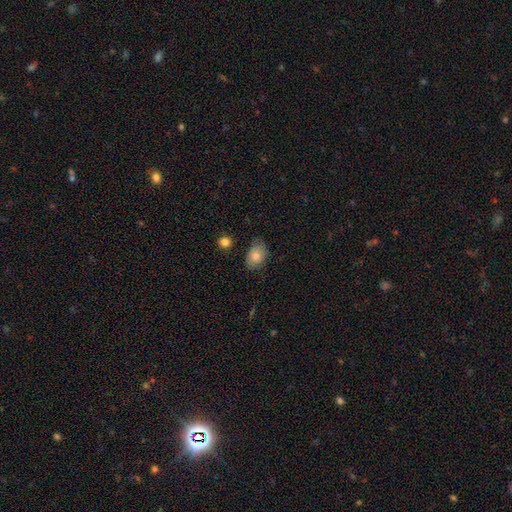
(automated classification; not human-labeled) smooth 78%, featured or disk 14%, star or artifact 8%. Down the decision tree: how rounded — in between (80%); merging — none (77%).